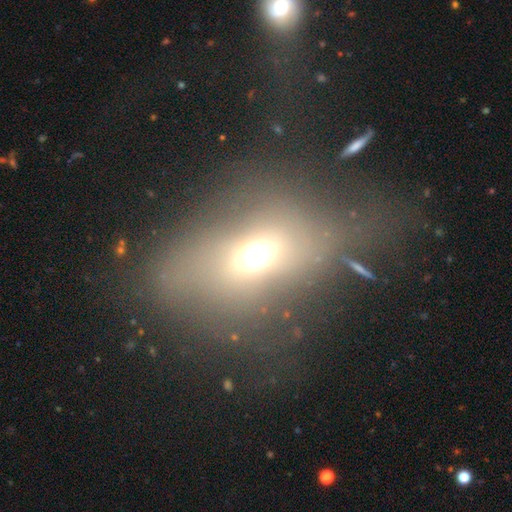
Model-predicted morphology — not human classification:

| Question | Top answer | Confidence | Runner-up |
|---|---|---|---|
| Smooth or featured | smooth | 54% | featured or disk (24%) |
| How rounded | in between | 64% | round (32%) |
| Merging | none | 56% | major disturbance (20%) |